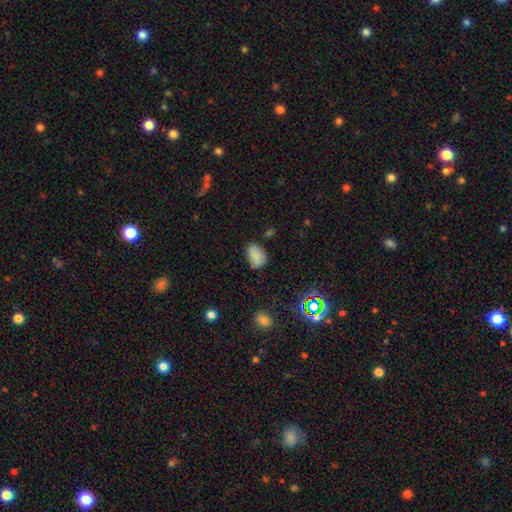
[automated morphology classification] The model was most divided on "merging": none: 63%, minor disturbance: 26%, major disturbance: 7%, merger: 4%. More confident: how rounded — in between (86%); smooth or featured — smooth (80%).